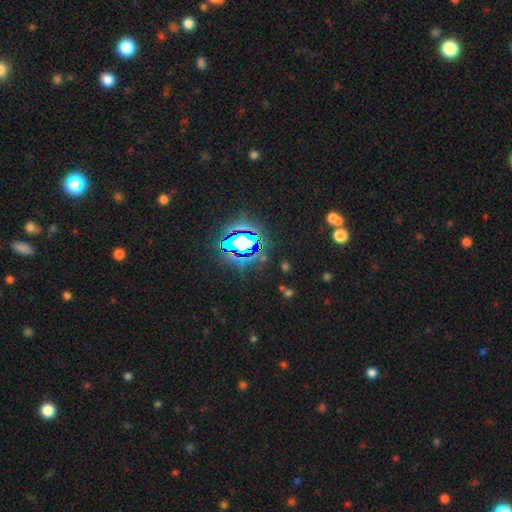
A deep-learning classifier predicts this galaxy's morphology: A star or artifact, not a galaxy (81%).

Vote fractions:
- Smooth or featured? star or artifact: 81% / smooth: 12% / featured or disk: 7%